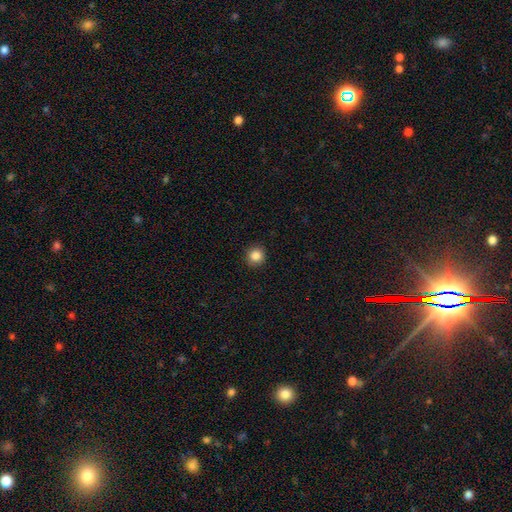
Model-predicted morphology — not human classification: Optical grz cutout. It shows a smooth galaxy with no disk features (85%) that is round (94%). Merging: none (92%).